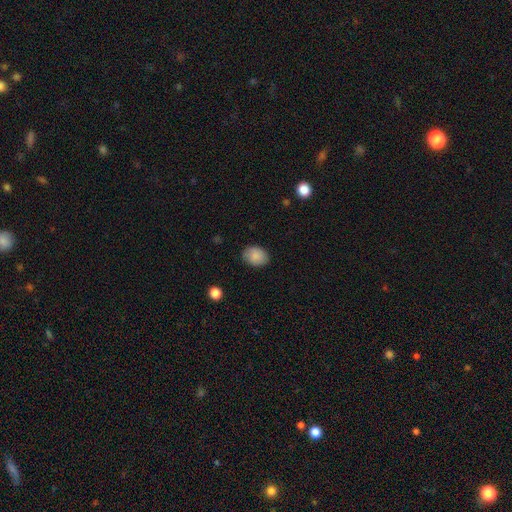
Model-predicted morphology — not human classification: The model was most divided on "how rounded": in between: 66%, round: 33%, cigar-shaped: 1%. More confident: smooth or featured — smooth (86%); merging — none (83%).